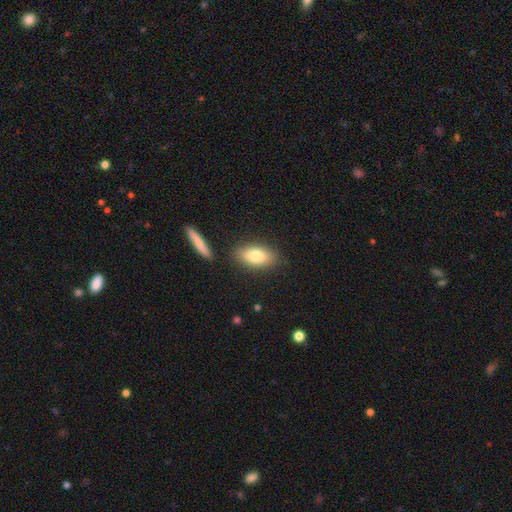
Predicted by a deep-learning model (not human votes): Smooth or featured? Predicted: smooth (p=0.80). How rounded? Predicted: in between (p=0.87). Merging? Predicted: none (p=0.81).